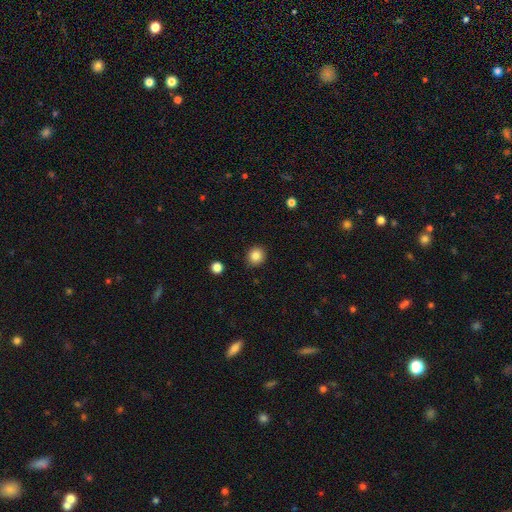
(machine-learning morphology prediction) smooth_or_featured: smooth (p=0.85) [alt: star or artifact p=0.10]
how_rounded: round (p=0.88) [alt: in between p=0.11]
merging: none (p=0.90) [alt: minor disturbance p=0.07]